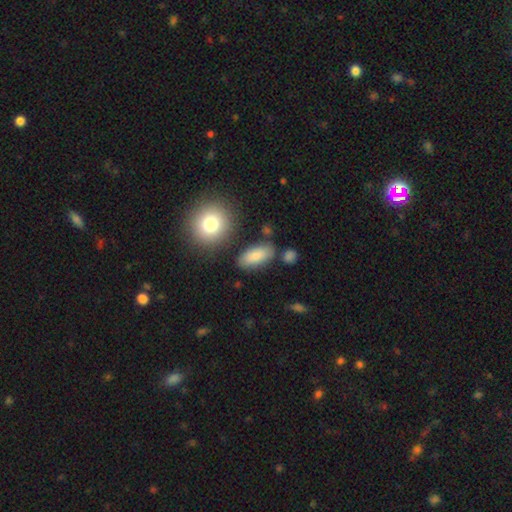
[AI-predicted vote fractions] Overall: smooth (82%). How rounded: in between (87%). Merging: none (78%).